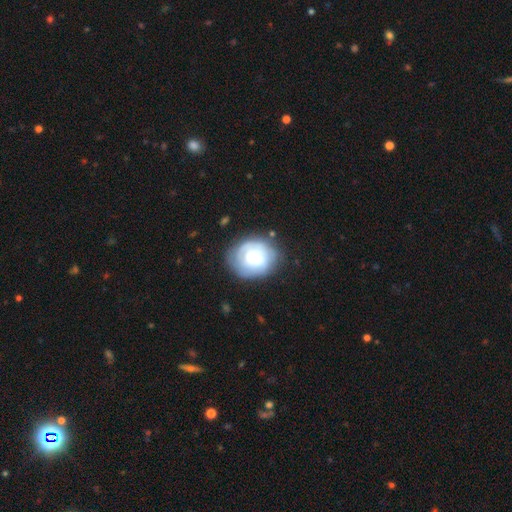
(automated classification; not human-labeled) smooth_or_featured: featured or disk (p=0.57) [alt: smooth p=0.36]
disk_edge_on: no (p=0.97) [alt: yes p=0.03]
bar: no (p=0.77) [alt: weak p=0.19]
has_spiral_arms: yes (p=0.71) [alt: no p=0.29]
bulge_size: small (p=0.55) [alt: moderate p=0.28]
merging: none (p=0.71) [alt: minor disturbance p=0.19]